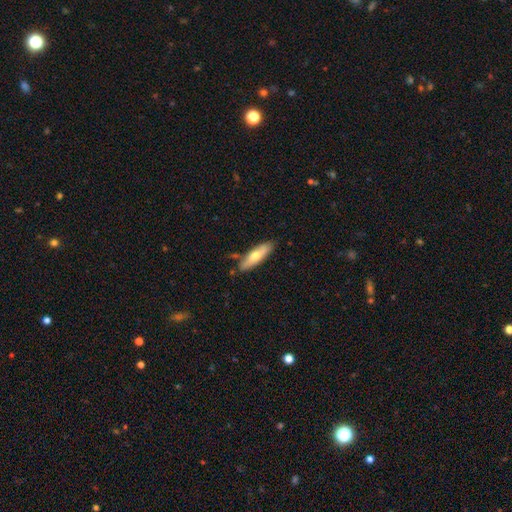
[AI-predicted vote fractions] A smooth galaxy with no disk features (61%) that is cigar-shaped (57%).

Vote fractions:
- Smooth or featured? smooth: 61% / featured or disk: 34% / star or artifact: 5%
- How rounded? cigar-shaped: 57% / in between: 41% / round: 2%
- Merging? none: 78% / minor disturbance: 15% / merger: 4% / major disturbance: 3%